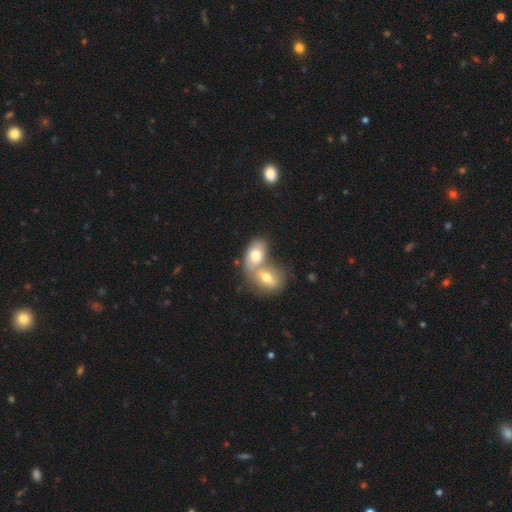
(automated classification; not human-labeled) smooth 69%, featured or disk 23%, star or artifact 8%. Down the decision tree: how rounded — in between (86%); merging — merger (71%).